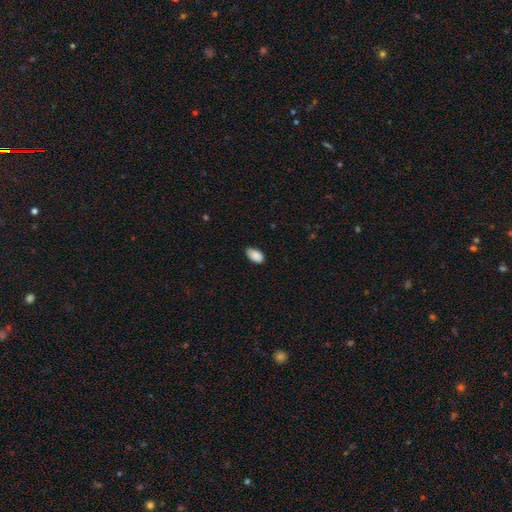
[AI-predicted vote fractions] Smooth or featured?
  - smooth: 88% *
  - star or artifact: 7%
  - featured or disk: 4%
How rounded?
  - in between: 94% *
  - round: 4%
  - cigar-shaped: 1%
Merging?
  - none: 75% *
  - minor disturbance: 21%
  - major disturbance: 3%
  - merger: 1%